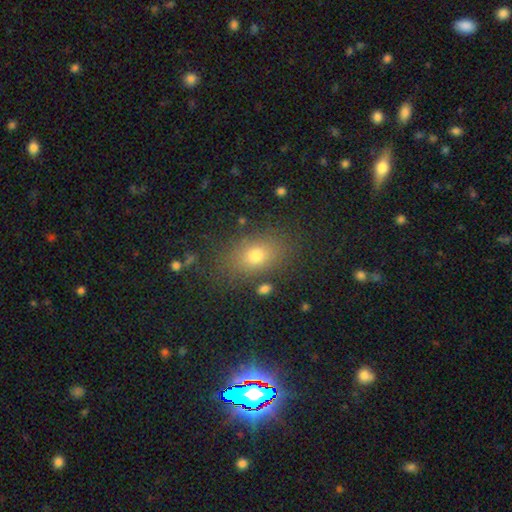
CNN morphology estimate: smooth_or_featured: smooth (p=0.73) [alt: star or artifact p=0.14]
how_rounded: in between (p=0.75) [alt: round p=0.23]
merging: none (p=0.80) [alt: minor disturbance p=0.12]